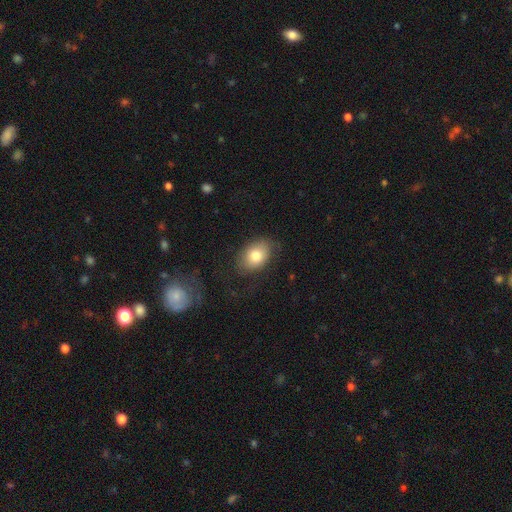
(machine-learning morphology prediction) Smooth or featured? smooth (79%)
How rounded? in between (81%)
Merging? none (74%)